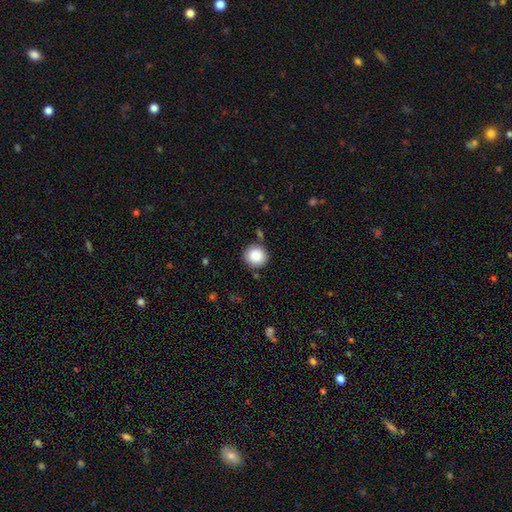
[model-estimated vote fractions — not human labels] Smooth or featured? Predicted: smooth (p=0.87). How rounded? Predicted: round (p=0.92). Merging? Predicted: none (p=0.85).